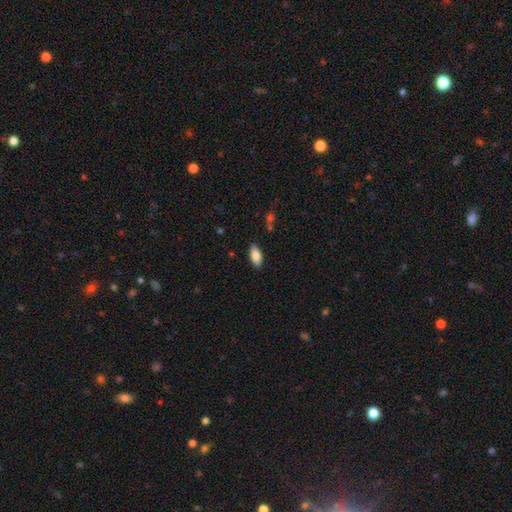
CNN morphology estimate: type=smooth (84%); roundness=in between (88%); merging=none (86%).